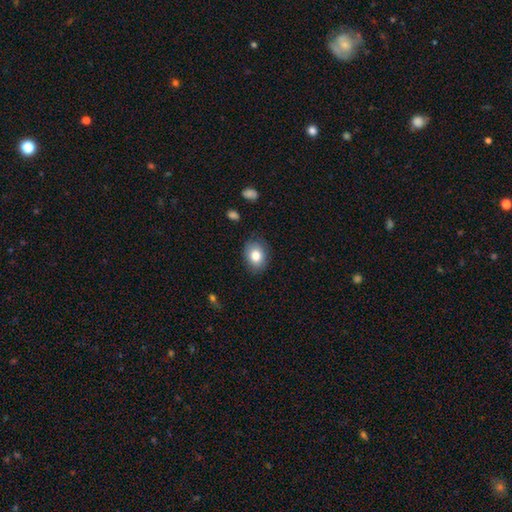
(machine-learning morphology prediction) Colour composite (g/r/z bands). It shows a smooth galaxy with no disk features (81%) that is in between round and cigar-shaped (60%). Merging: none (82%).